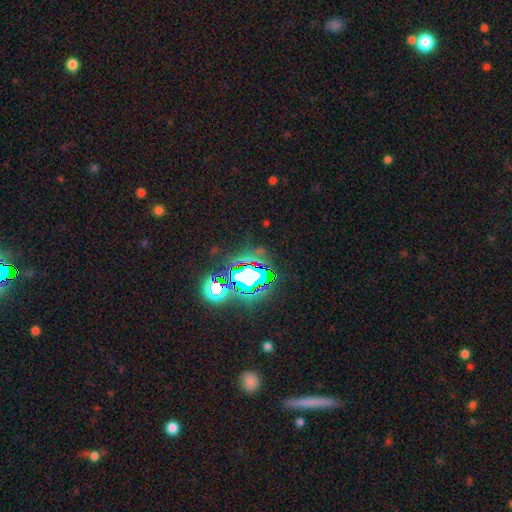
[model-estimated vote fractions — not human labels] Smooth or featured? Predicted: star or artifact (p=0.79).